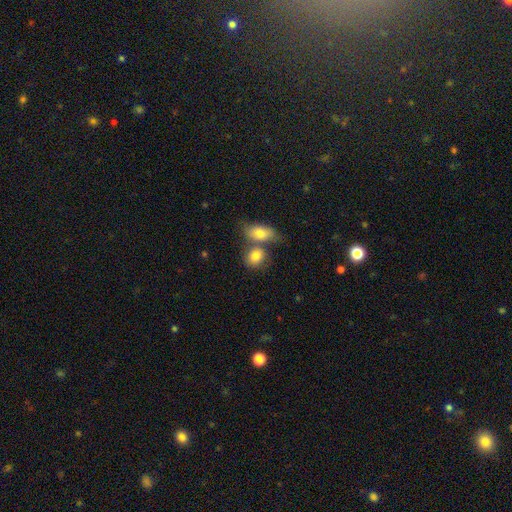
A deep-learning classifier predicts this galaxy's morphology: smooth_or_featured: smooth (p=0.81) [alt: featured or disk p=0.11]
how_rounded: in between (p=0.53) [alt: round p=0.45]
merging: merger (p=0.47) [alt: none p=0.39]